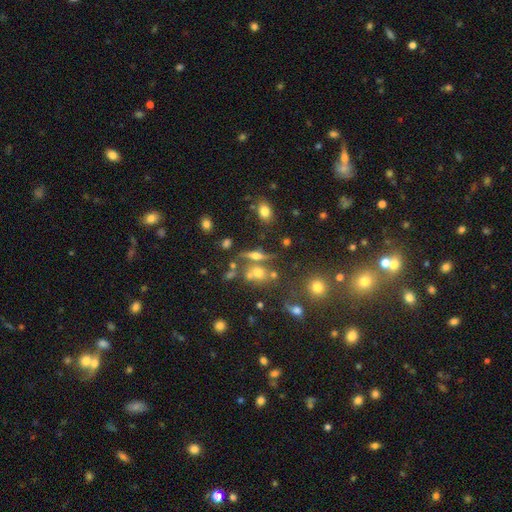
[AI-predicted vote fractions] A featured or disk galaxy (44%).

Vote fractions:
- Smooth or featured? featured or disk: 44% / smooth: 37% / star or artifact: 19%
- Merging? none: 54% / merger: 25% / minor disturbance: 13% / major disturbance: 7%